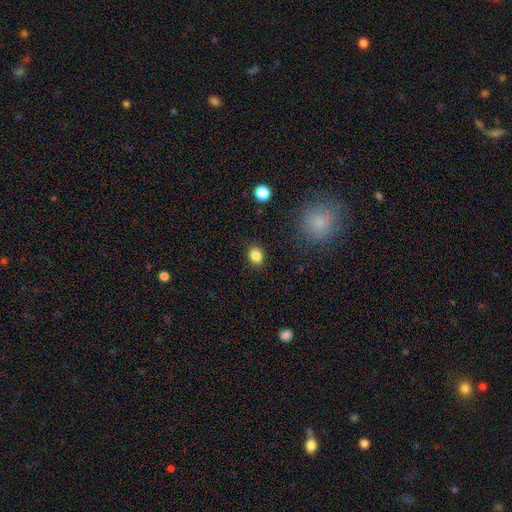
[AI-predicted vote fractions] Morphology: type=smooth (85%); roundness=round (54%); merging=none (87%).